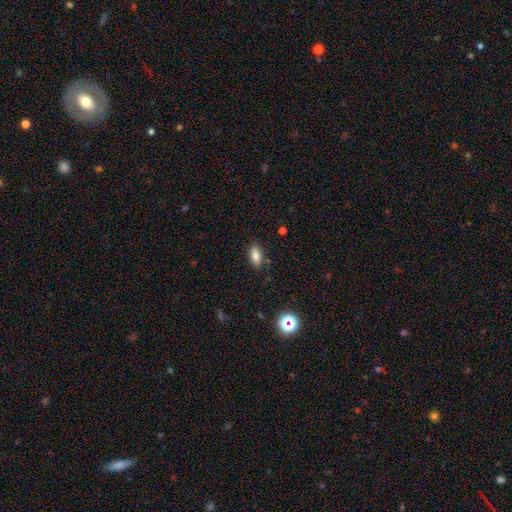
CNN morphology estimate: smooth 81%, featured or disk 10%, star or artifact 9%. Down the decision tree: how rounded — in between (86%); merging — none (83%).